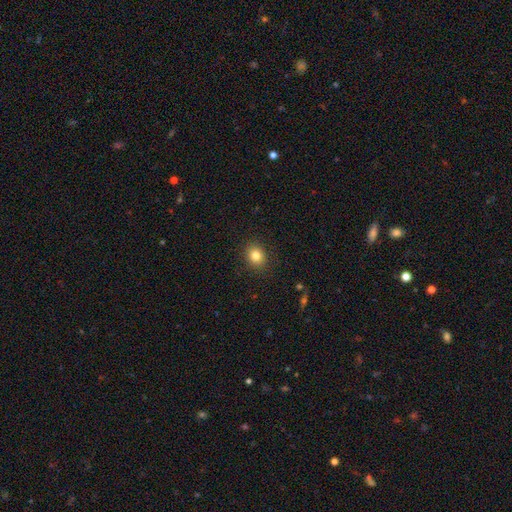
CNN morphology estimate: This appears to be a smooth galaxy with no disk features (83%) that is round (65%). Merging: none (90%).